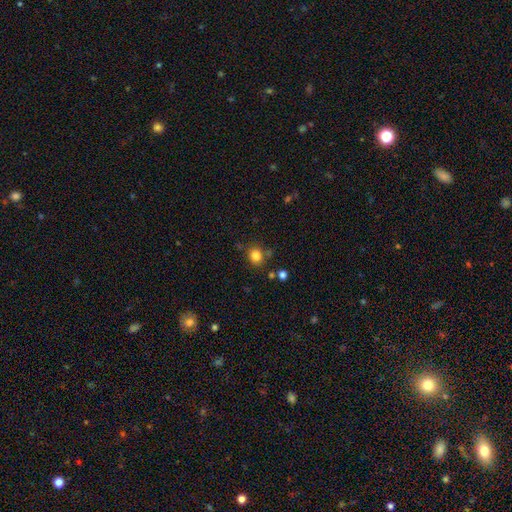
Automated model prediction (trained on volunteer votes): Smooth or featured? Predicted: smooth (p=0.82). How rounded? Predicted: round (p=0.75). Merging? Predicted: none (p=0.80).